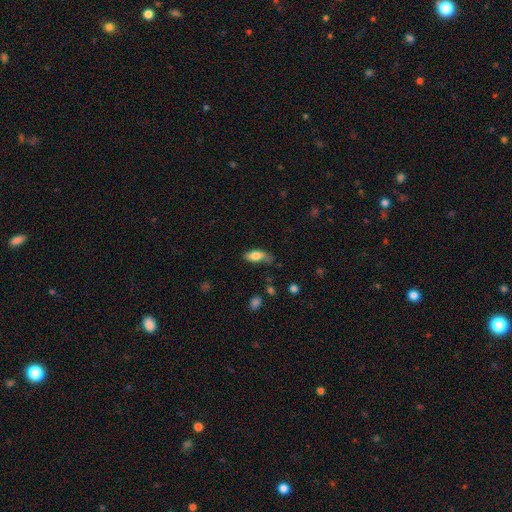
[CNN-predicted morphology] Smooth or featured?
  - smooth: 76% *
  - featured or disk: 17%
  - star or artifact: 7%
How rounded?
  - in between: 80% *
  - cigar-shaped: 17%
  - round: 3%
Merging?
  - none: 53% *
  - minor disturbance: 33%
  - major disturbance: 10%
  - merger: 3%